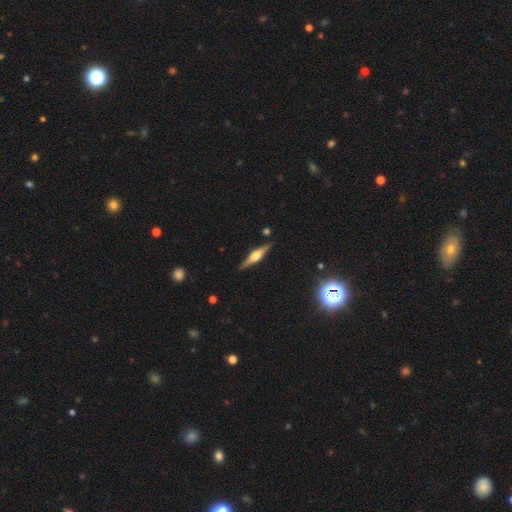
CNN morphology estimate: Smooth or featured?
  - featured or disk: 72% *
  - smooth: 21%
  - star or artifact: 6%
Edge-on disk?
  - yes: 97% *
  - no: 3%
Edge-on bulge?
  - rounded: 85% *
  - boxy: 12%
  - none: 2%
Merging?
  - none: 89% *
  - minor disturbance: 8%
  - major disturbance: 2%
  - merger: 2%